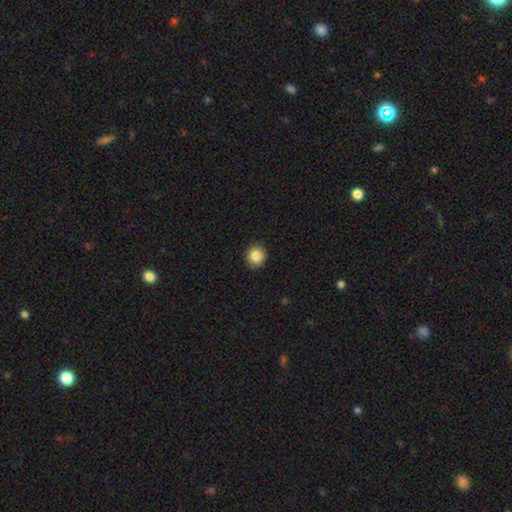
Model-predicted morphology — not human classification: This appears to be a smooth galaxy with no disk features (85%) that is round (92%). Merging: none (92%).